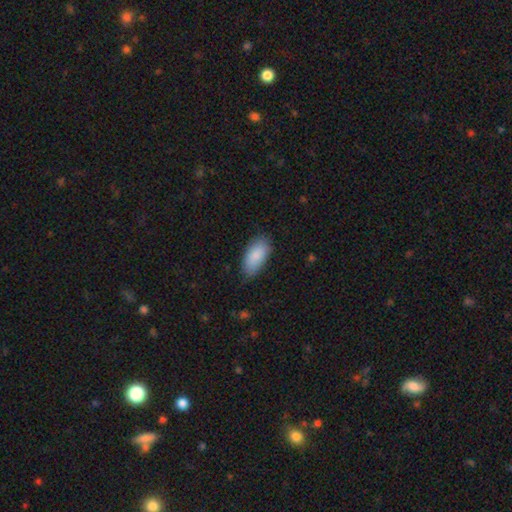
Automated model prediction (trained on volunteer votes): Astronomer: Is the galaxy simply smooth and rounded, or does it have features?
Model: smooth — 88%.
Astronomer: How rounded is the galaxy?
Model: in between — 93%.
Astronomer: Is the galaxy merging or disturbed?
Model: none — 76%.